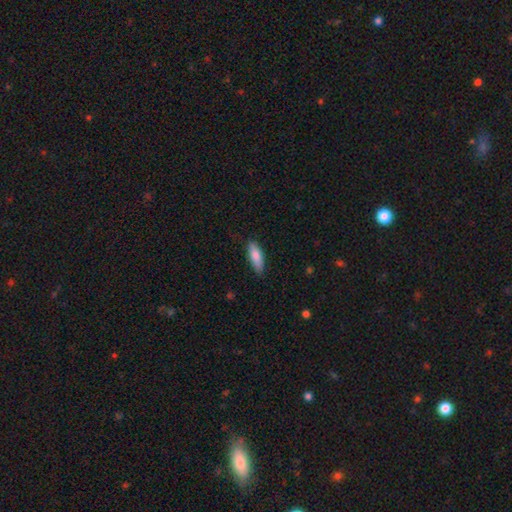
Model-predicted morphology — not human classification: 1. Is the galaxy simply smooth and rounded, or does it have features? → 83% smooth, 11% featured or disk, 6% star or artifact.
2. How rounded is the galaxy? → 58% in between, 41% cigar-shaped, 2% round.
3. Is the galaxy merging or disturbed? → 82% none, 15% minor disturbance, 2% major disturbance, 1% merger.